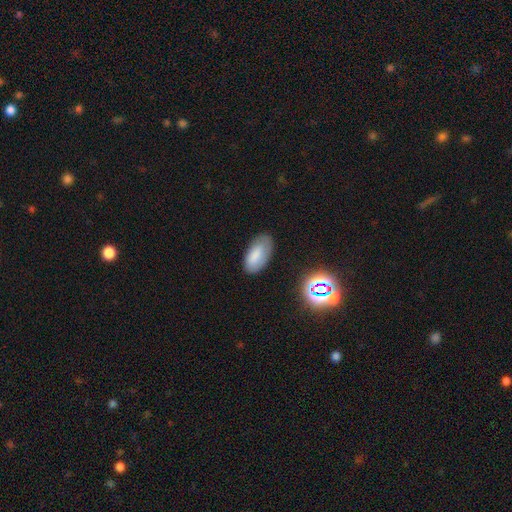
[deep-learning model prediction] This appears to be a smooth galaxy with no disk features (79%) that is in between round and cigar-shaped (94%). Merging: none (74%).